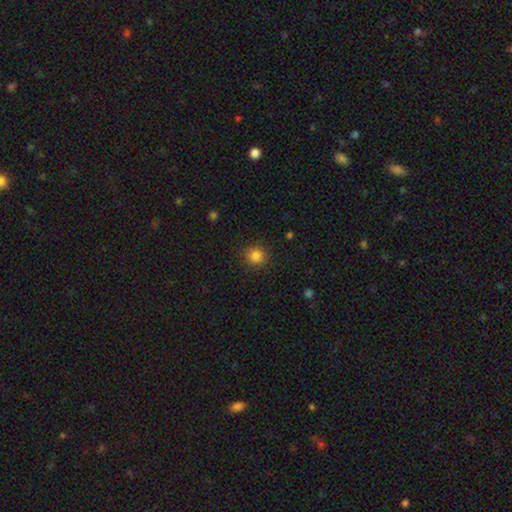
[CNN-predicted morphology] Q: Smooth or featured?
A: smooth (84%); runner-up: star or artifact (12%)
Q: How rounded?
A: round (91%); runner-up: in between (8%)
Q: Merging?
A: none (90%); runner-up: minor disturbance (7%)